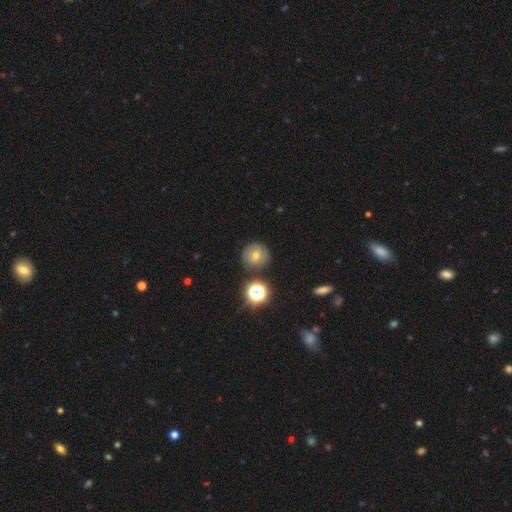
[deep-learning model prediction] smooth_or_featured: smooth (p=0.55) [alt: star or artifact p=0.23]
how_rounded: round (p=0.94) [alt: in between p=0.05]
merging: none (p=0.86) [alt: minor disturbance p=0.08]